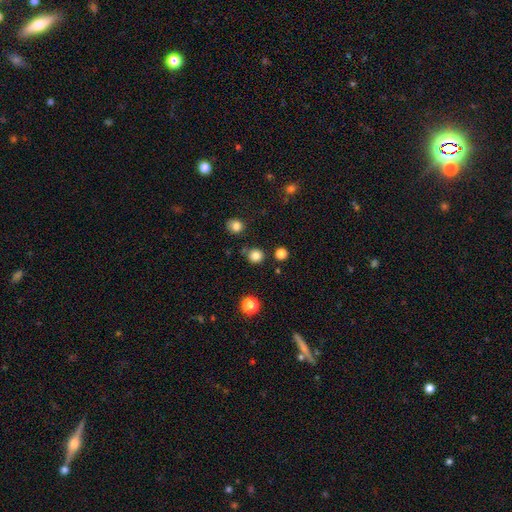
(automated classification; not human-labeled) Smooth or featured: smooth — 83% (star or artifact — 13%)
How rounded: round — 91% (in between — 9%)
Merging: none — 84% (minor disturbance — 8%)